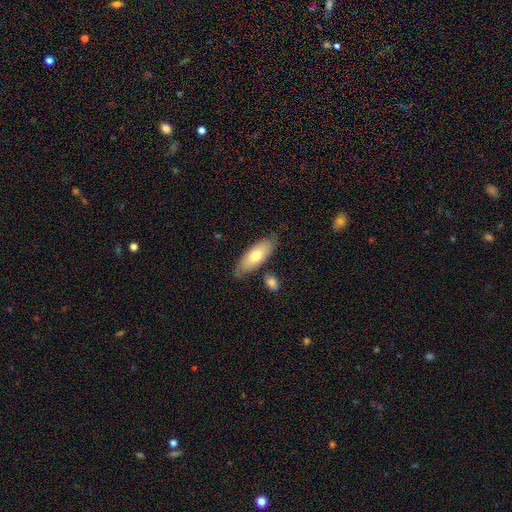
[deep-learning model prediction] smooth_or_featured: smooth (p=0.71) [alt: featured or disk p=0.24]
how_rounded: in between (p=0.74) [alt: cigar-shaped p=0.24]
merging: none (p=0.77) [alt: minor disturbance p=0.14]